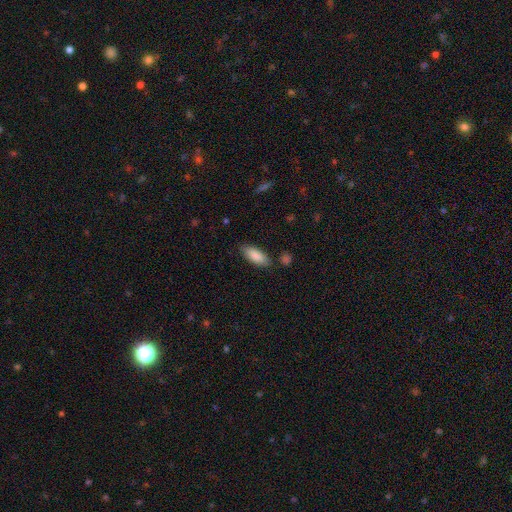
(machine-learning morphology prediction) smooth-or-featured: smooth: 87% | featured or disk: 7% | star or artifact: 6%
  how-rounded: in between: 78% | cigar-shaped: 20% | round: 2%
  merging: none: 81% | minor disturbance: 13% | merger: 3% | major disturbance: 3%